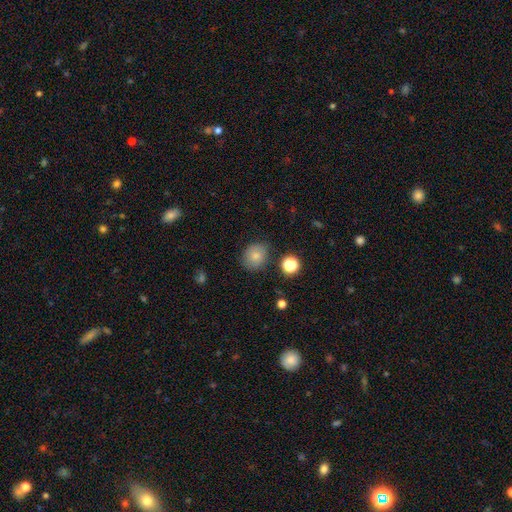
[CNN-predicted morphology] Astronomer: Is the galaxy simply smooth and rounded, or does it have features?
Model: smooth — 78%.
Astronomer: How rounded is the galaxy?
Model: round — 69%.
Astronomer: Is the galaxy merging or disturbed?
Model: none — 79%.